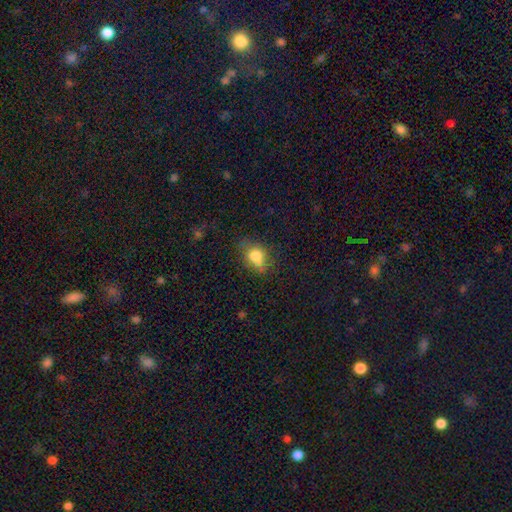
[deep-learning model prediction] Smooth or featured?
  - smooth: 77% *
  - featured or disk: 12%
  - star or artifact: 11%
How rounded?
  - in between: 57% *
  - round: 41%
  - cigar-shaped: 2%
Merging?
  - none: 52% *
  - minor disturbance: 28%
  - merger: 10%
  - major disturbance: 10%